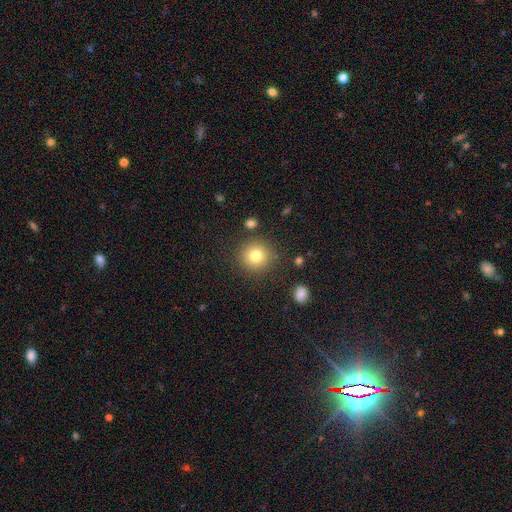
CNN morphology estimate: Q: Smooth or featured?
A: smooth (78%); runner-up: star or artifact (12%)
Q: How rounded?
A: round (93%); runner-up: in between (6%)
Q: Merging?
A: none (86%); runner-up: minor disturbance (8%)